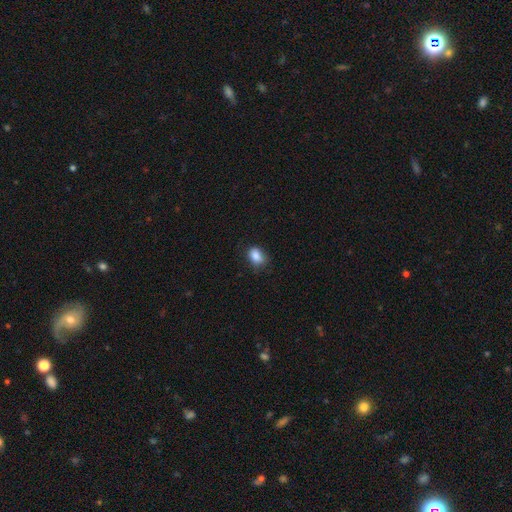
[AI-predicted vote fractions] Q: Smooth or featured?
A: smooth (86%); runner-up: star or artifact (9%)
Q: How rounded?
A: in between (74%); runner-up: round (24%)
Q: Merging?
A: none (70%); runner-up: minor disturbance (23%)